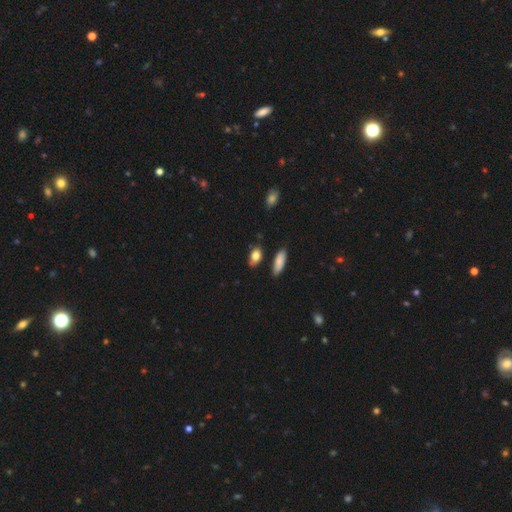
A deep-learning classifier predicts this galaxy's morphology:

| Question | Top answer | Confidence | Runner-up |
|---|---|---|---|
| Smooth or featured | smooth | 81% | featured or disk (11%) |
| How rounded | in between | 83% | round (9%) |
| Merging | none | 76% | minor disturbance (16%) |